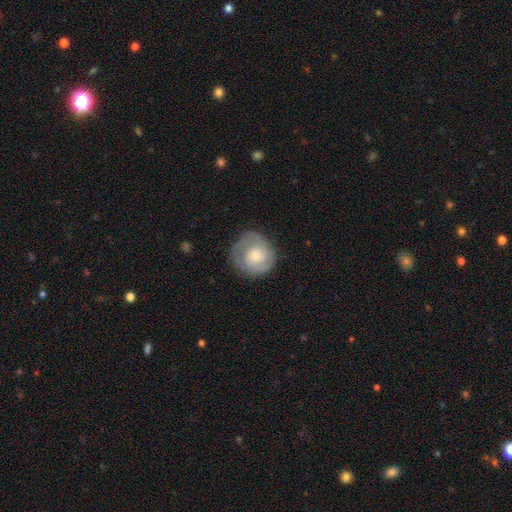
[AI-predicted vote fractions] Smooth or featured: featured or disk — 71% (smooth — 23%)
Edge-on disk: no — 98% (yes — 2%)
Bar: no — 73% (weak — 24%)
Spiral arms: yes — 92% (no — 8%)
Spiral winding: tight — 56% (medium — 35%)
Spiral arm count: 2 — 53% (can't tell — 19%)
Bulge size: small — 49% (moderate — 44%)
Merging: none — 76% (minor disturbance — 16%)